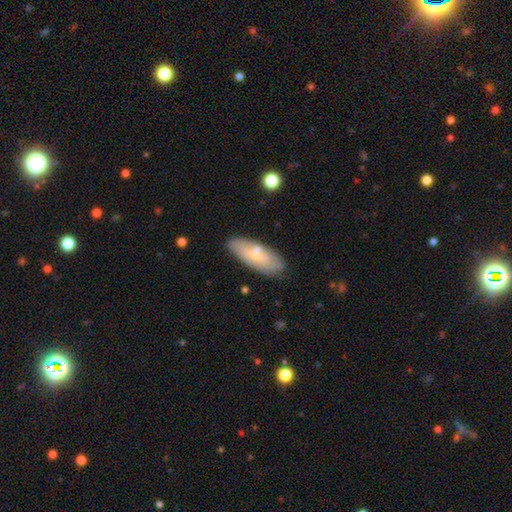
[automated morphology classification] A smooth galaxy with no disk features (56%) that is in between round and cigar-shaped (74%). Merging: none (77%).